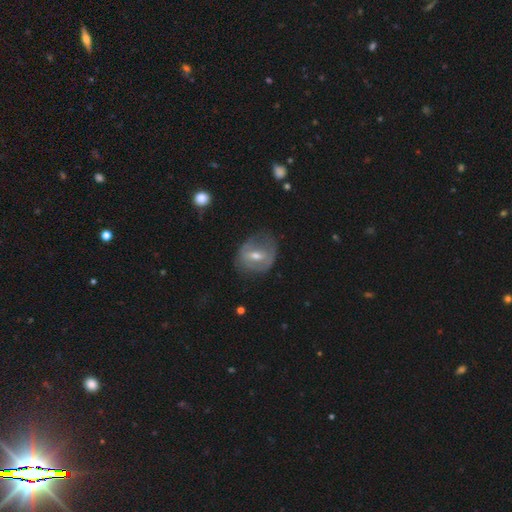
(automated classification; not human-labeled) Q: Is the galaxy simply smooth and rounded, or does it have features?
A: featured or disk — 59%.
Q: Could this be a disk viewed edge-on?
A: no — 92%.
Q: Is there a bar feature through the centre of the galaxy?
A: weak — 47%.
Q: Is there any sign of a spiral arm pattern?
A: no — 53%.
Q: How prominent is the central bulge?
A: moderate — 61%.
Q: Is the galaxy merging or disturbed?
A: none — 56%.